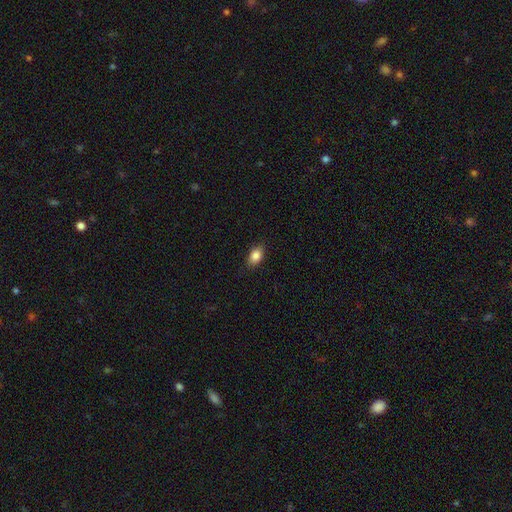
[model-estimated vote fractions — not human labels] Smooth or featured: smooth — 85% (star or artifact — 8%)
How rounded: in between — 86% (round — 11%)
Merging: none — 86% (minor disturbance — 11%)